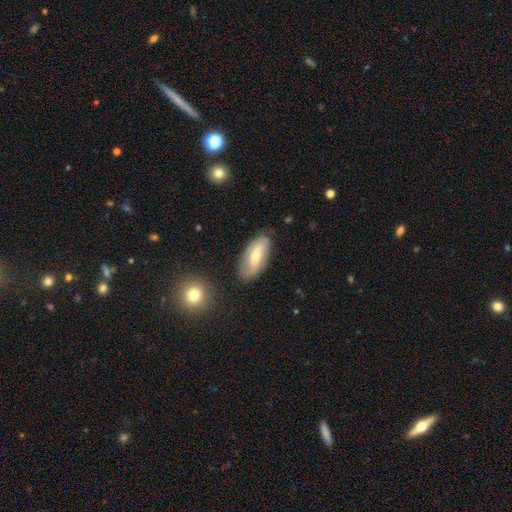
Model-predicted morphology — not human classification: A featured or disk galaxy (51%). Merging: none (78%).